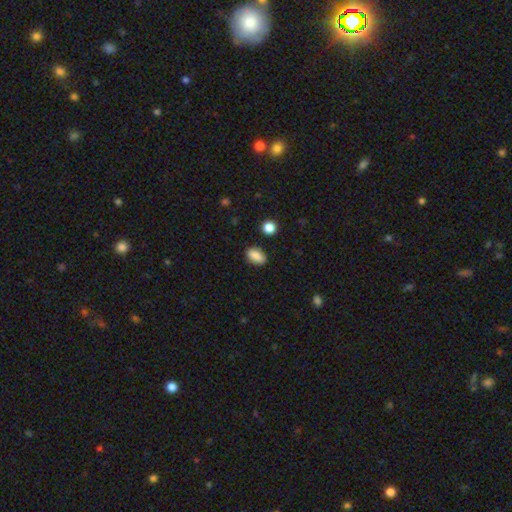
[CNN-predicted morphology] A smooth galaxy with no disk features (87%) that is in between round and cigar-shaped (88%). Merging: none (85%).